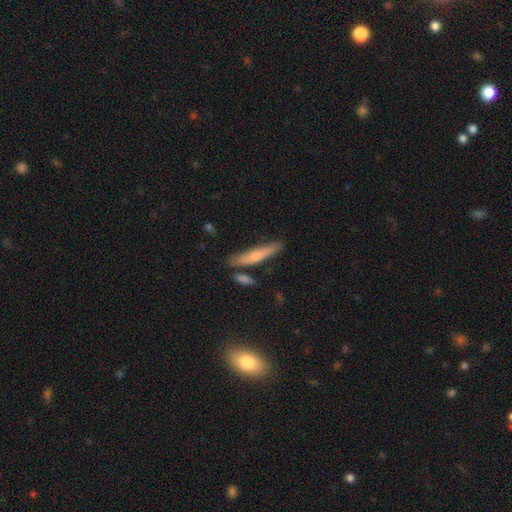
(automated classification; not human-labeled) Smooth or featured? smooth (61%)
How rounded? cigar-shaped (88%)
Merging? none (79%)